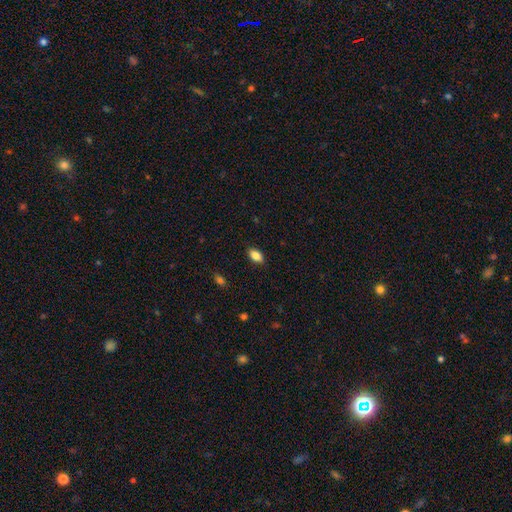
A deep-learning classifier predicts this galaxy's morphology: Smooth or featured? smooth (85%)
How rounded? in between (90%)
Merging? none (88%)